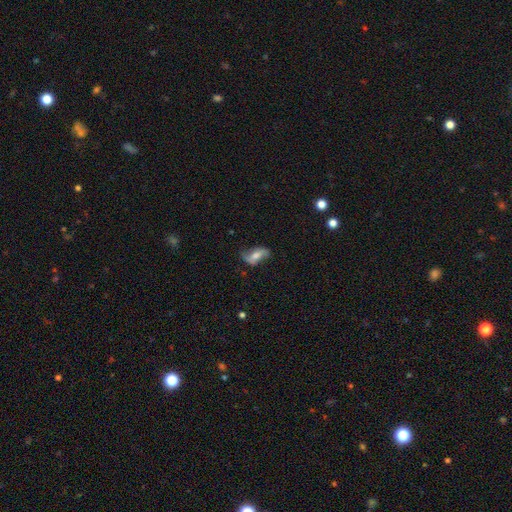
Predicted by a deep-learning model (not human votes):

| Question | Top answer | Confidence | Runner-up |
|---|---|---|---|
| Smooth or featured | featured or disk | 61% | smooth (31%) |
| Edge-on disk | no | 91% | yes (9%) |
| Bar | no | 40% | weak (37%) |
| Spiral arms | yes | 85% | no (15%) |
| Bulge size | moderate | 53% | small (28%) |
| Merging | none | 61% | minor disturbance (25%) |